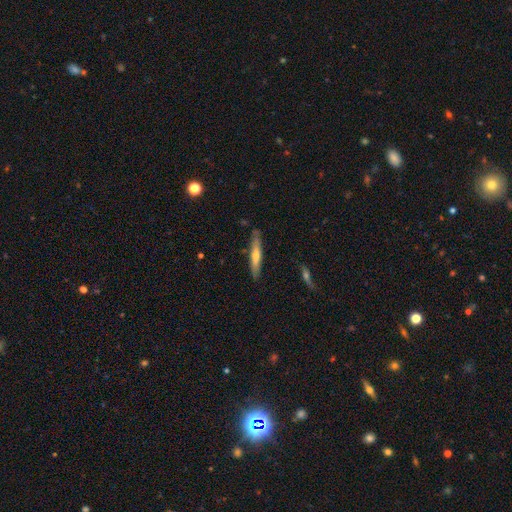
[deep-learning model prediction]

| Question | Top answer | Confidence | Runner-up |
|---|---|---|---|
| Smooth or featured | featured or disk | 47% | smooth (46%) |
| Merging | none | 85% | minor disturbance (11%) |